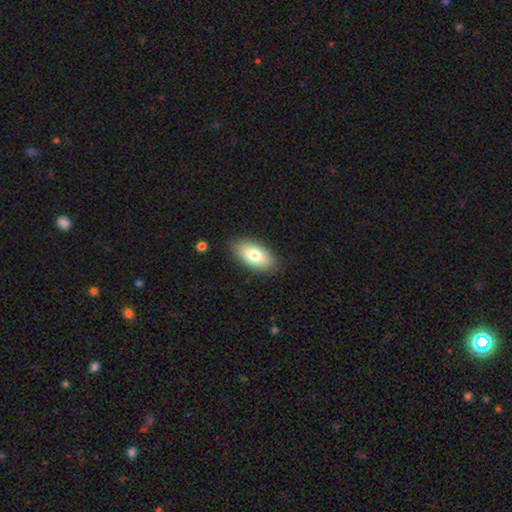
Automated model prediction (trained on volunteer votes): Morphology: type=smooth (78%); roundness=in between (92%); merging=none (89%).